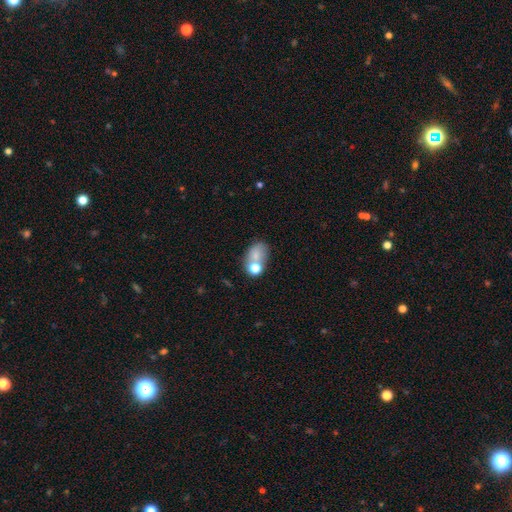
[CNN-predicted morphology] smooth-or-featured: smooth: 72% | featured or disk: 15% | star or artifact: 13%
  how-rounded: in between: 66% | round: 33% | cigar-shaped: 1%
  merging: none: 42% | merger: 35% | minor disturbance: 15% | major disturbance: 8%